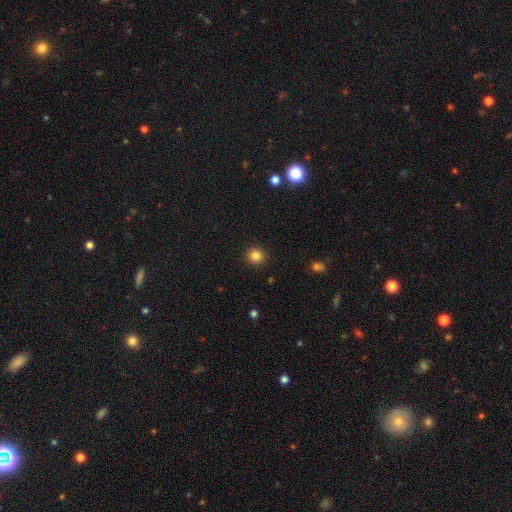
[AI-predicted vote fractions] Smooth or featured? smooth (85%)
How rounded? round (90%)
Merging? none (92%)